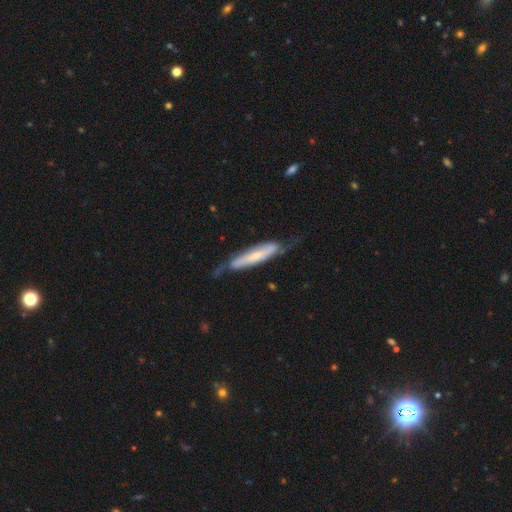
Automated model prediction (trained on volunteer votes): A featured or disk galaxy (59%).

Vote fractions:
- Smooth or featured? featured or disk: 59% / smooth: 35% / star or artifact: 6%
- Edge-on disk? no: 51% / yes: 49%
- Merging? none: 55% / minor disturbance: 28% / major disturbance: 15% / merger: 3%